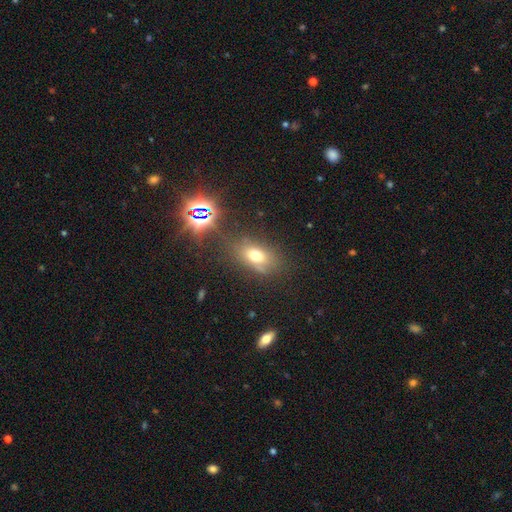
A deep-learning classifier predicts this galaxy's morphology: smooth-or-featured: smooth: 63% | star or artifact: 21% | featured or disk: 15%
  how-rounded: in between: 77% | round: 19% | cigar-shaped: 4%
  merging: none: 70% | minor disturbance: 18% | major disturbance: 8% | merger: 4%